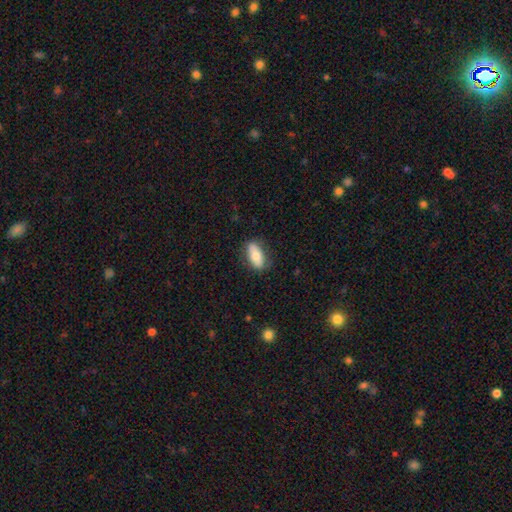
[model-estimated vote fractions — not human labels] A smooth galaxy with no disk features (71%) that is in between round and cigar-shaped (85%). Merging: none (80%).